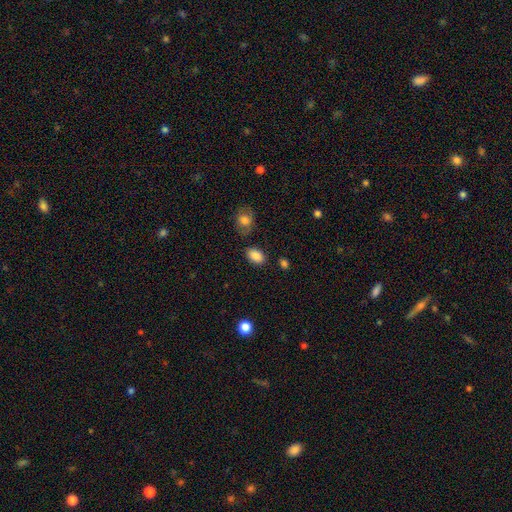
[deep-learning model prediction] A smooth galaxy with no disk features (87%) that is in between round and cigar-shaped (86%). Merging: none (80%).